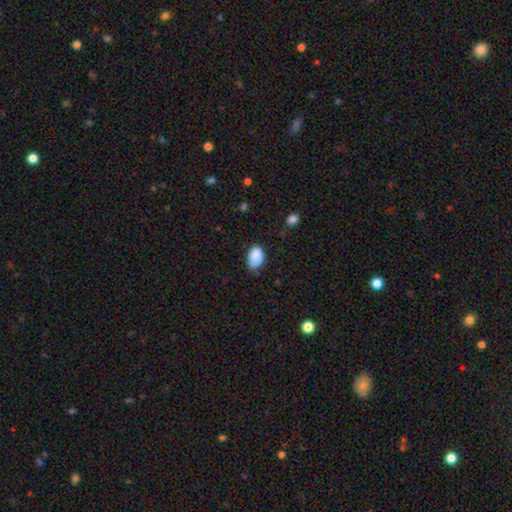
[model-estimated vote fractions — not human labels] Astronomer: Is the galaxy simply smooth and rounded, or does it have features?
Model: smooth — 84%.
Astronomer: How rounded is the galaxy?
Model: in between — 87%.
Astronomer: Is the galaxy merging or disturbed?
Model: none — 50% (runner-up: minor disturbance, 38%).